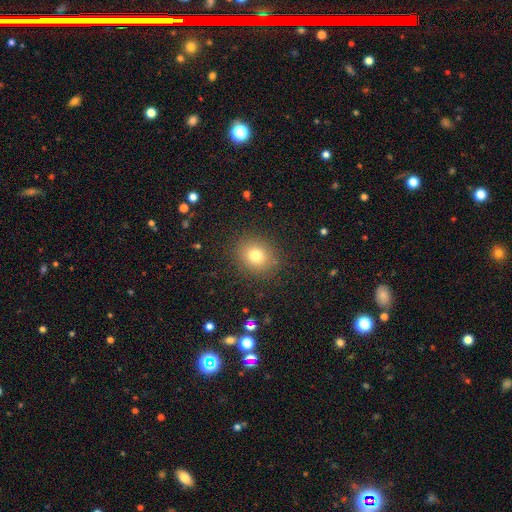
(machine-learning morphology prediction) A smooth galaxy with no disk features (76%) that is round (69%). Merging: none (87%).